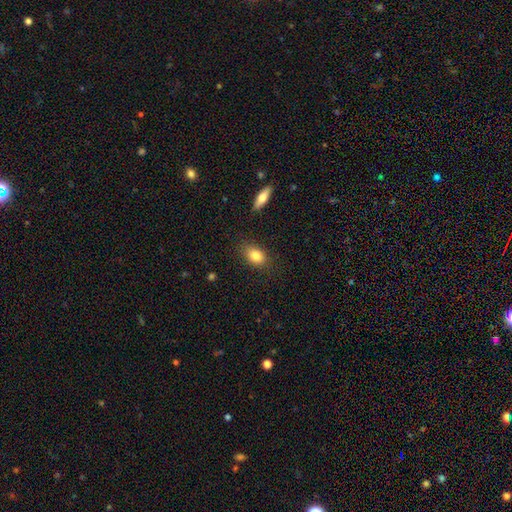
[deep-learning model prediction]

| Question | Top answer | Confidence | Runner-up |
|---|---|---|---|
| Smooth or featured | smooth | 83% | featured or disk (9%) |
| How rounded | in between | 80% | round (17%) |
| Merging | none | 83% | minor disturbance (12%) |